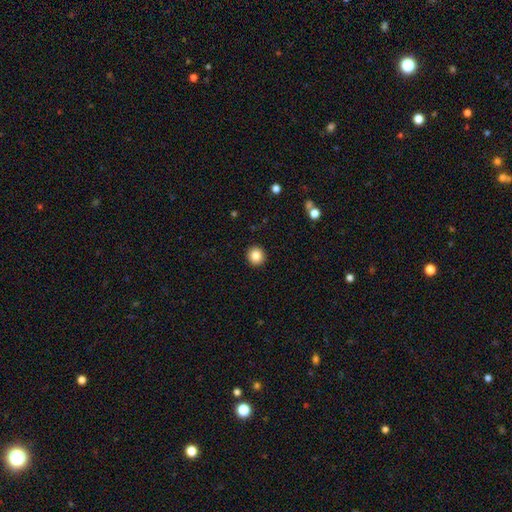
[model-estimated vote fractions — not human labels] This is clearly a smooth galaxy (85%). How rounded: clearly round (93%). Merging: clearly none (93%).